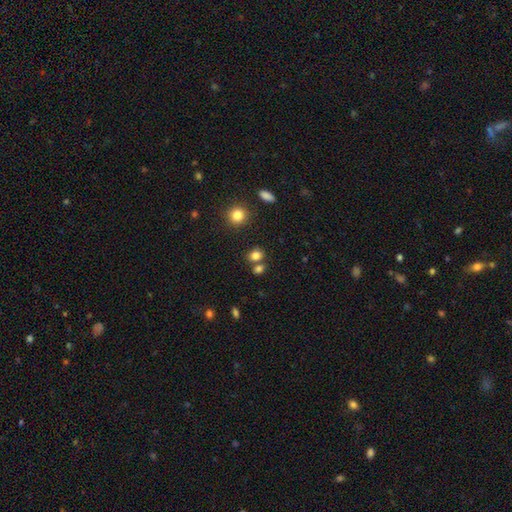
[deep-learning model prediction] This appears to be a smooth galaxy with no disk features (81%) that is in between round and cigar-shaped (50%). Merging: none (59%).